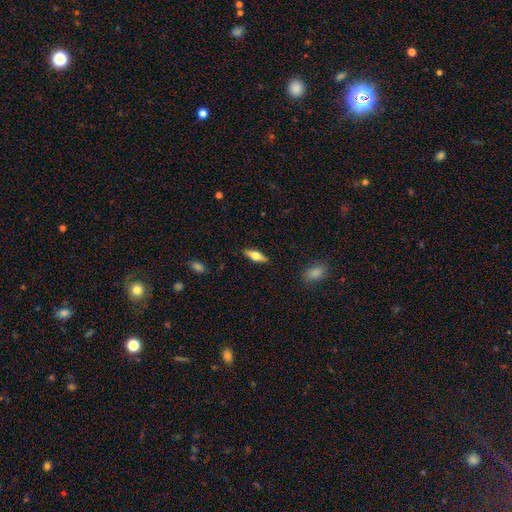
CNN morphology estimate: featured or disk 51%, smooth 42%, star or artifact 6%. Down the decision tree: edge-on disk — yes (93%); merging — none (89%).